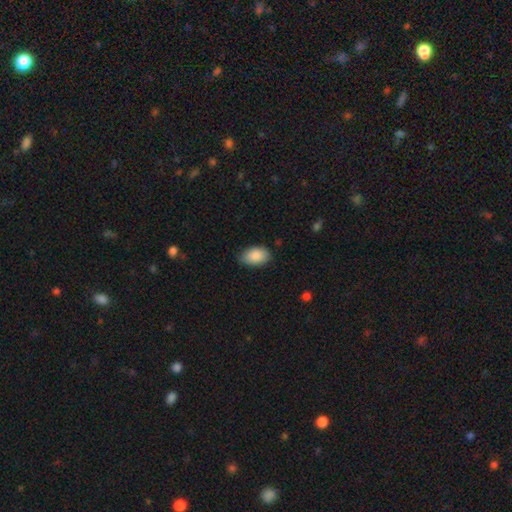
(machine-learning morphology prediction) Smooth or featured?
  - smooth: 89% *
  - star or artifact: 6%
  - featured or disk: 5%
How rounded?
  - in between: 91% *
  - round: 8%
  - cigar-shaped: 1%
Merging?
  - none: 78% *
  - minor disturbance: 19%
  - major disturbance: 3%
  - merger: 1%